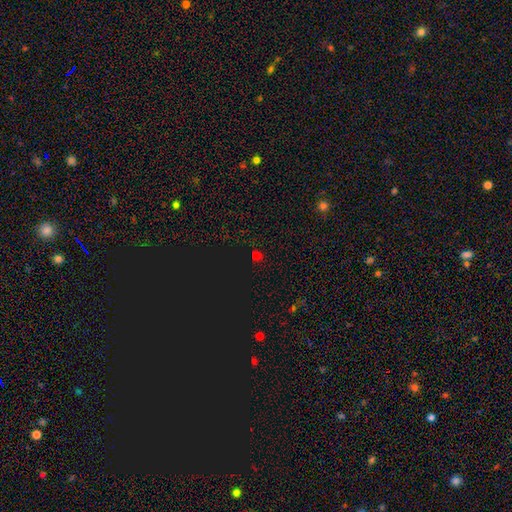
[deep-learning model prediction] A star or artifact, not a galaxy (50%).